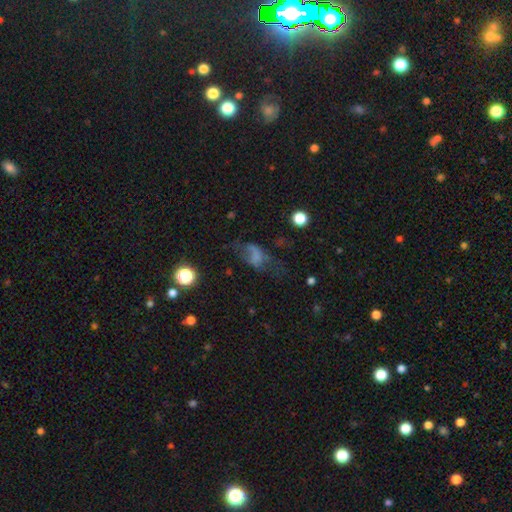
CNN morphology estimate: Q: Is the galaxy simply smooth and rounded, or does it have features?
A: smooth — 47%.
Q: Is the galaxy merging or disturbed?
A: major disturbance — 41%.